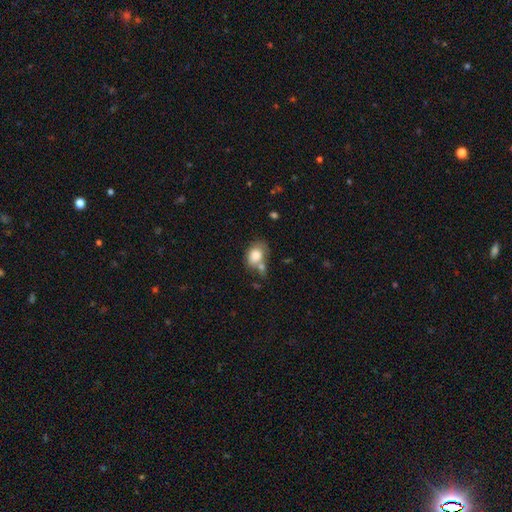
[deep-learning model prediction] A smooth galaxy with no disk features (80%) that is in between round and cigar-shaped (67%). Merging: none (40%).